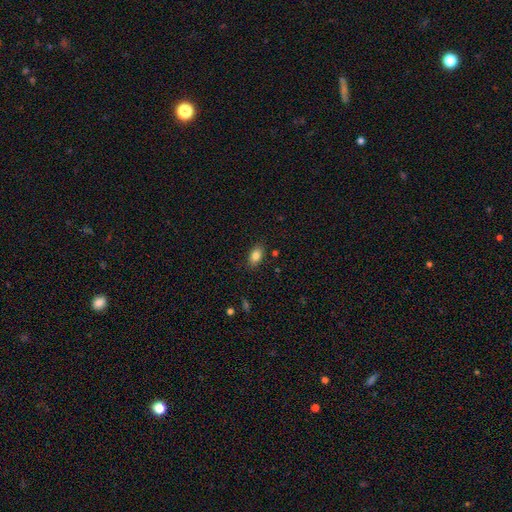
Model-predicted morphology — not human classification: smooth 84%, star or artifact 9%, featured or disk 7%. Down the decision tree: how rounded — in between (86%); merging — none (85%).